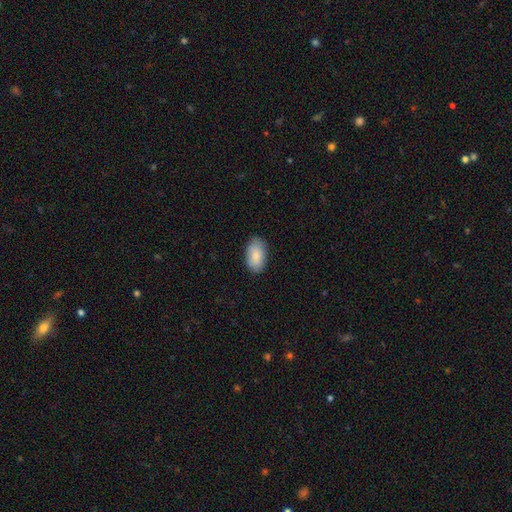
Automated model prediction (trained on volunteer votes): This appears to be a smooth galaxy with no disk features (85%) that is in between round and cigar-shaped (94%). Merging: none (83%).